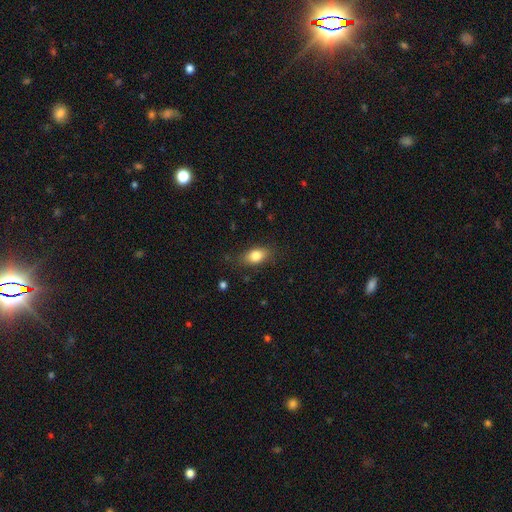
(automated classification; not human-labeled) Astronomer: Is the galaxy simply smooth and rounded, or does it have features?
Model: smooth — 82%.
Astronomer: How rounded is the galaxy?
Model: in between — 84%.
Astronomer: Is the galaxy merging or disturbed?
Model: none — 80%.